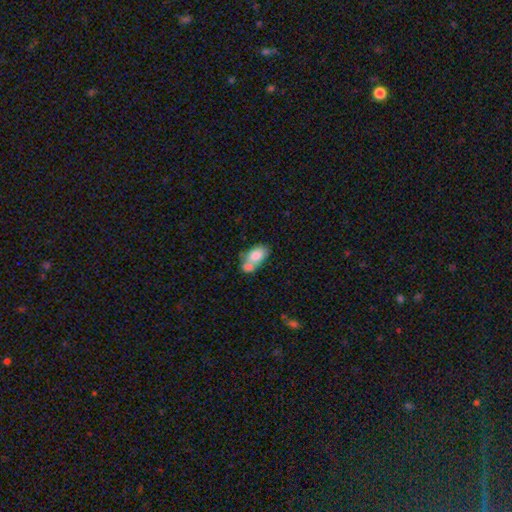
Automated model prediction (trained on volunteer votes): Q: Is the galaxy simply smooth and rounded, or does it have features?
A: smooth — 77%.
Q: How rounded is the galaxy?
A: in between — 89%.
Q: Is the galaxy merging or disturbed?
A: merger — 55%.